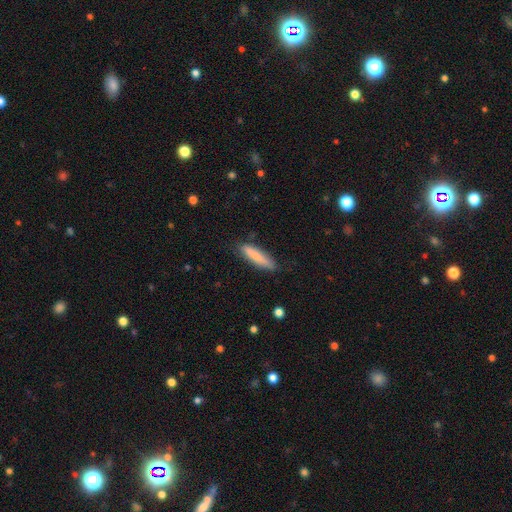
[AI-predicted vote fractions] Overall: smooth (80%). How rounded: cigar-shaped (78%). Merging: none (83%).